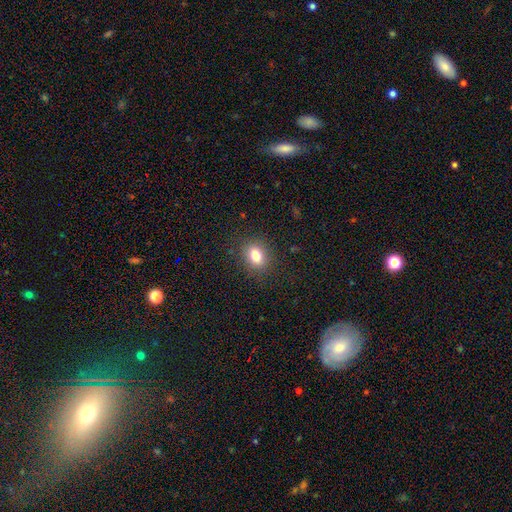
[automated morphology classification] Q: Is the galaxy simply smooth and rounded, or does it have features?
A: smooth — 81%.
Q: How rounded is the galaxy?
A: in between — 63%.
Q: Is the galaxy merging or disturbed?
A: none — 87%.